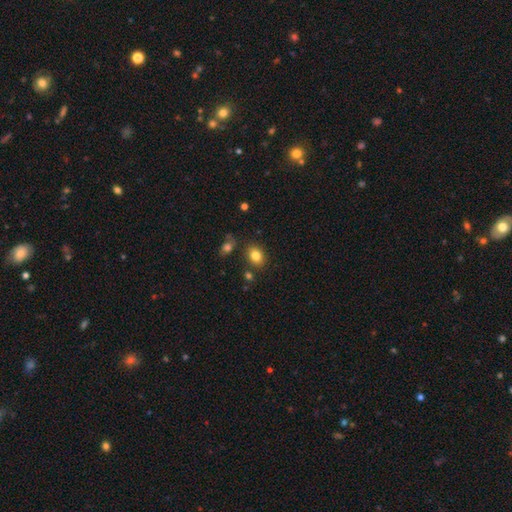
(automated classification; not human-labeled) Q: Smooth or featured?
A: smooth (83%); runner-up: star or artifact (10%)
Q: How rounded?
A: in between (65%); runner-up: round (33%)
Q: Merging?
A: none (82%); runner-up: minor disturbance (10%)